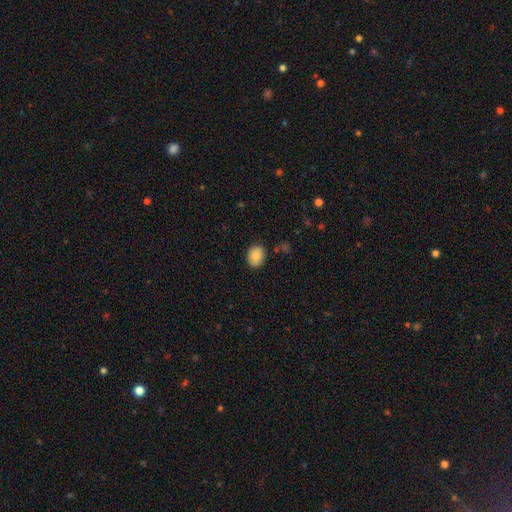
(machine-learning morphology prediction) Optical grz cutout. It shows a smooth galaxy with no disk features (87%) that is in between round and cigar-shaped (63%). Merging: none (86%).